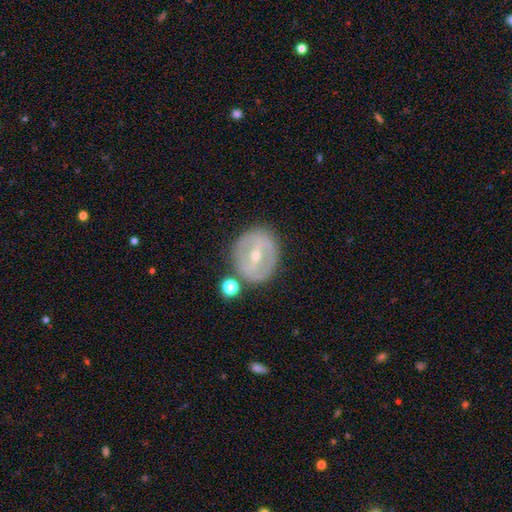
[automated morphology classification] A featured or disk galaxy (69%) with a strong bar (49%), no spiral arms (66%) and a small central bulge (58%).

Vote fractions:
- Smooth or featured? featured or disk: 69% / smooth: 24% / star or artifact: 7%
- Edge-on disk? no: 93% / yes: 7%
- Bar? strong: 49% / weak: 34% / no: 16%
- Spiral arms? no: 66% / yes: 34%
- Bulge size? small: 58% / moderate: 39% / large: 1% / none: 1% / dominant: 1%
- Merging? none: 79% / minor disturbance: 12% / merger: 5% / major disturbance: 4%